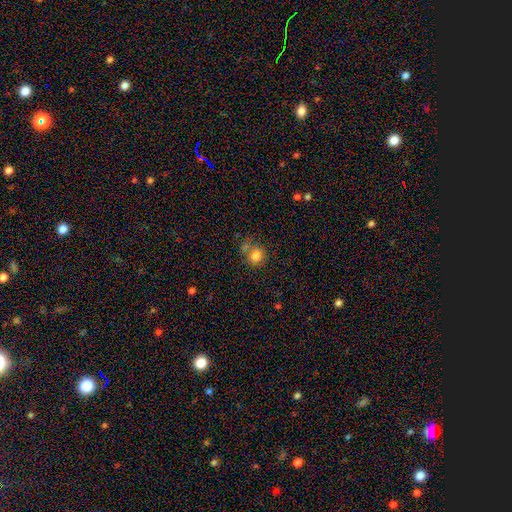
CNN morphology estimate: The model was most divided on "merging": none: 55%, merger: 26%, minor disturbance: 13%, major disturbance: 6%. More confident: smooth or featured — smooth (81%); how rounded — round (78%).